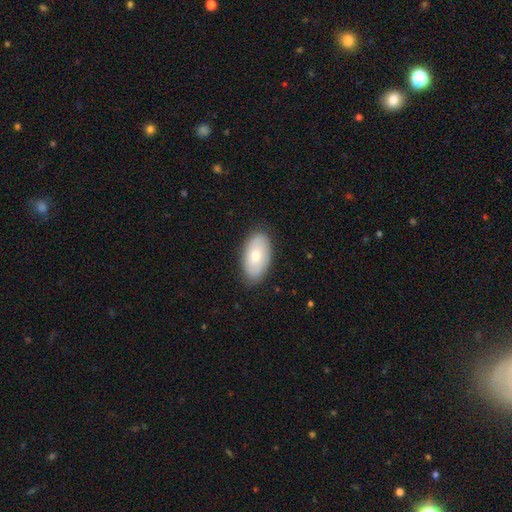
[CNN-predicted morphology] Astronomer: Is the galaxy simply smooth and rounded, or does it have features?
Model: smooth — 71%.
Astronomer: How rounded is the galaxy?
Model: in between — 95%.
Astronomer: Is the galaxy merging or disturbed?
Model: none — 85%.